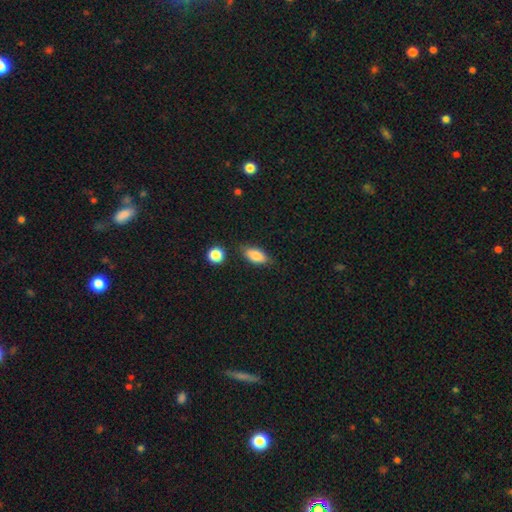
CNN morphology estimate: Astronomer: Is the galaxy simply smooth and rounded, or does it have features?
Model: smooth — 80%.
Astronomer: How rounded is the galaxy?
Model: in between — 85%.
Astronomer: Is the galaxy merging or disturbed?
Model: none — 77%.